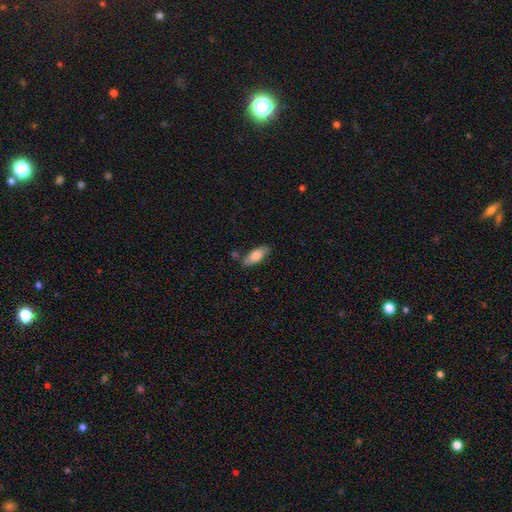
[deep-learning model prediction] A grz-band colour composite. It shows a smooth galaxy with no disk features (77%) that is in between round and cigar-shaped (73%). Merging: none (76%).